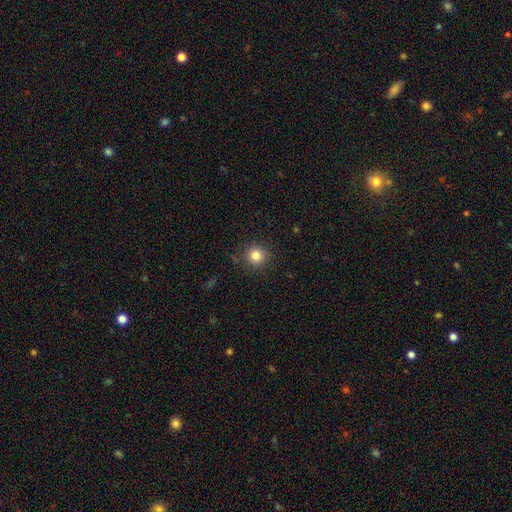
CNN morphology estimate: This is clearly a smooth galaxy (82%). How rounded: clearly round (93%). Merging: clearly none (88%).